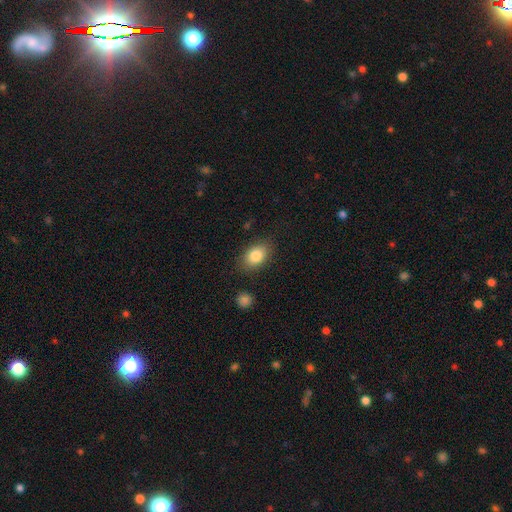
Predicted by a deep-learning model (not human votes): The model was most divided on "how rounded": in between: 83%, round: 15%, cigar-shaped: 2%. More confident: smooth or featured — smooth (84%); merging — none (82%).